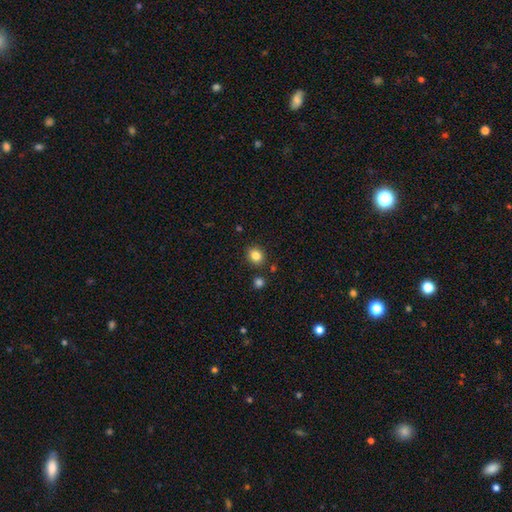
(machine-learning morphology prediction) This is clearly a smooth galaxy (84%). How rounded: likely round (67%). Merging: clearly none (86%).